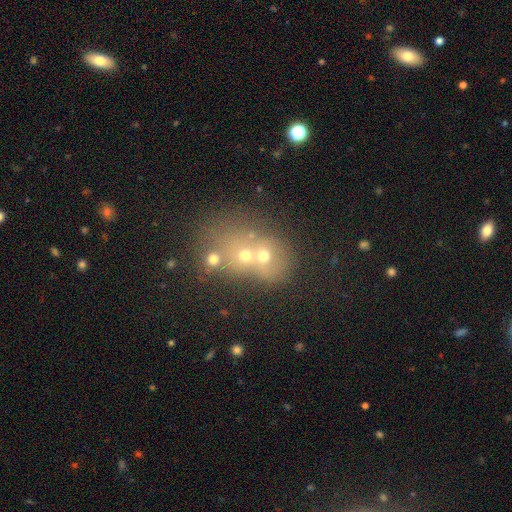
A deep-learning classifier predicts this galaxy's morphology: smooth-or-featured: smooth: 45% | featured or disk: 30% | star or artifact: 25%
  merging: merger: 63% | none: 25% | minor disturbance: 7% | major disturbance: 5%